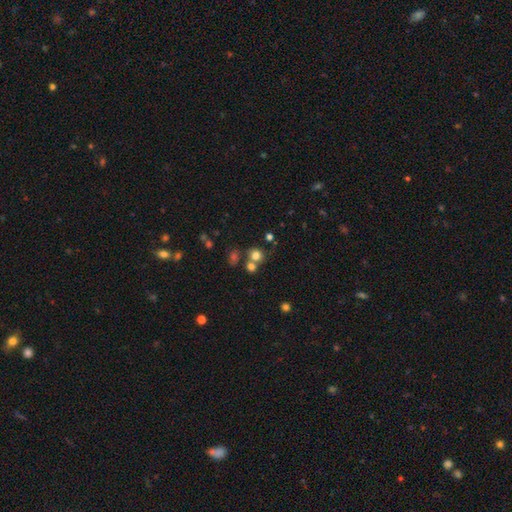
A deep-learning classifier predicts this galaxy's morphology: smooth-or-featured: smooth: 74% | star or artifact: 16% | featured or disk: 10%
  how-rounded: round: 85% | in between: 14% | cigar-shaped: 1%
  merging: none: 55% | merger: 30% | minor disturbance: 9% | major disturbance: 5%